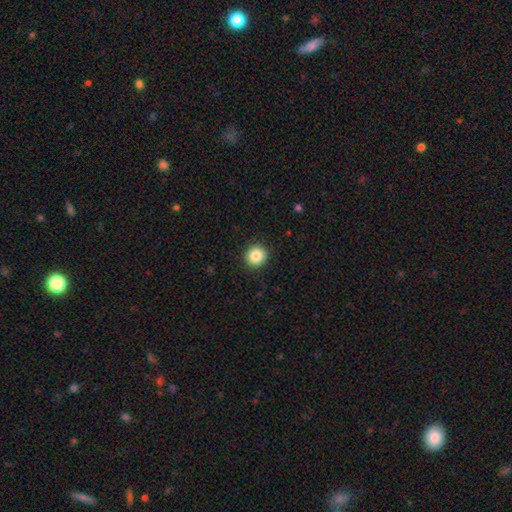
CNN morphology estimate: Overall: smooth (85%). How rounded: round (94%). Merging: none (92%).